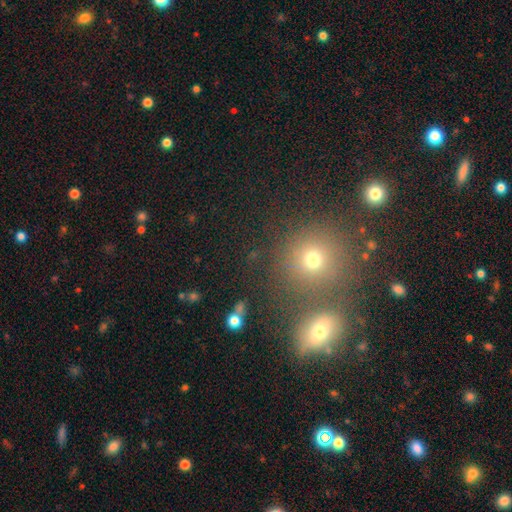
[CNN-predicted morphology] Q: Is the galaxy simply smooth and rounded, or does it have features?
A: smooth — 53%.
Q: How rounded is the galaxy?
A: round — 82%.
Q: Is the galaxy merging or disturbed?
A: none — 67%.